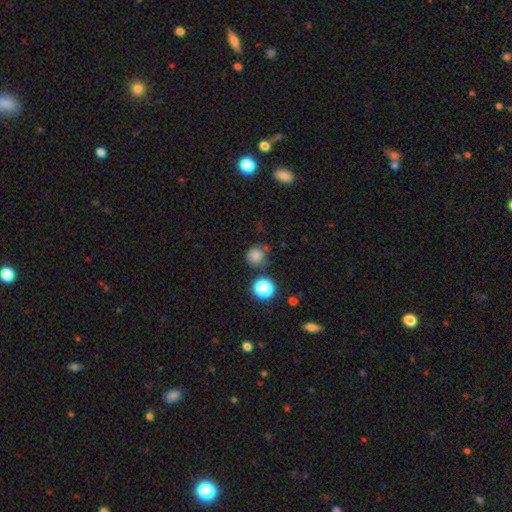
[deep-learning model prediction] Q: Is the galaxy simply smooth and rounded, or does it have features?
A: smooth — 78%.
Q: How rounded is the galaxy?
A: round — 91%.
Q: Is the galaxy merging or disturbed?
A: none — 70%.